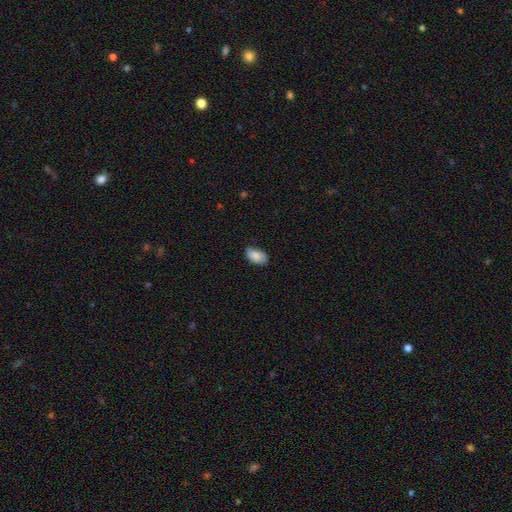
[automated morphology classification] Smooth or featured?
  - smooth: 83% *
  - featured or disk: 10%
  - star or artifact: 7%
How rounded?
  - in between: 93% *
  - round: 5%
  - cigar-shaped: 2%
Merging?
  - none: 75% *
  - minor disturbance: 21%
  - major disturbance: 4%
  - merger: 1%